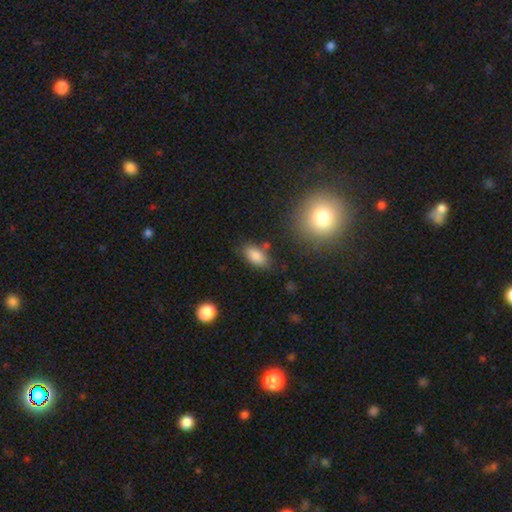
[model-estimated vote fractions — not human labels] smooth 85%, star or artifact 9%, featured or disk 6%. Down the decision tree: how rounded — in between (91%); merging — none (77%).